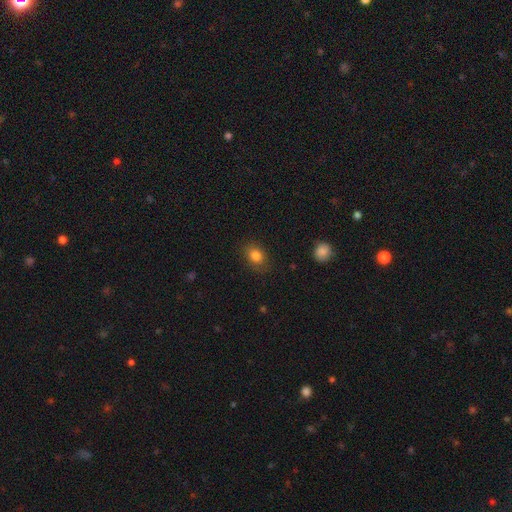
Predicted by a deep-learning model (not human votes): smooth-or-featured: smooth: 83% | star or artifact: 10% | featured or disk: 8%
  how-rounded: in between: 60% | round: 39% | cigar-shaped: 1%
  merging: none: 81% | minor disturbance: 14% | major disturbance: 4% | merger: 1%